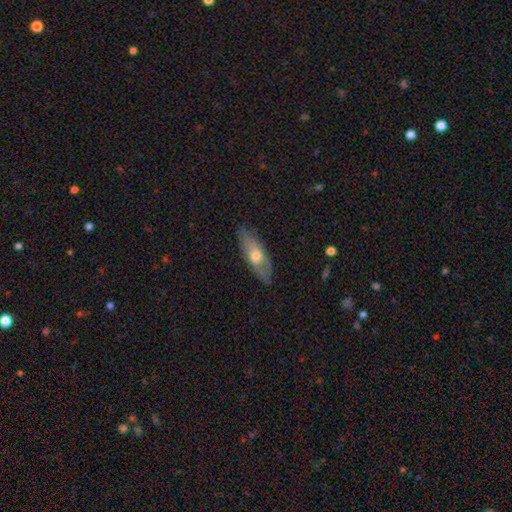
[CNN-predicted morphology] Smooth or featured? Predicted: smooth (p=0.51). How rounded? Predicted: in between (p=0.63). Merging? Predicted: none (p=0.78).